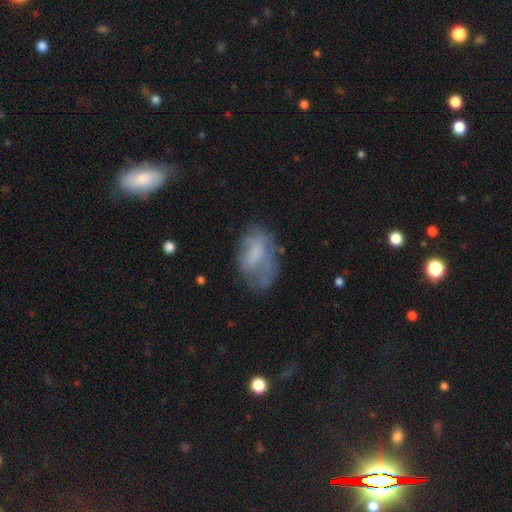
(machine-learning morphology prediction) Q: Smooth or featured?
A: smooth (54%); runner-up: featured or disk (35%)
Q: How rounded?
A: in between (90%); runner-up: round (8%)
Q: Merging?
A: none (44%); runner-up: minor disturbance (29%)